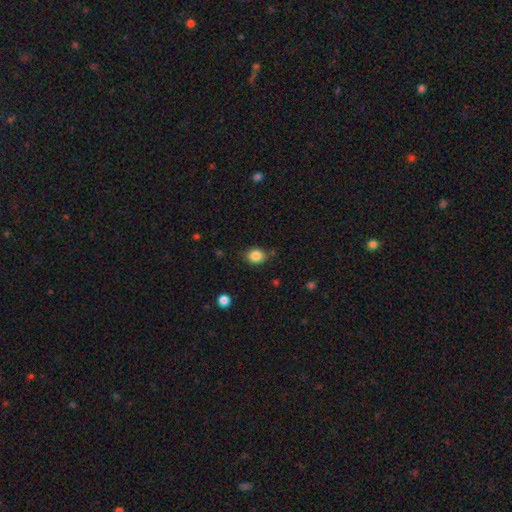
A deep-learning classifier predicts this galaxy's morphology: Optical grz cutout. It shows a smooth galaxy with no disk features (86%) that is round (60%). Merging: none (80%).